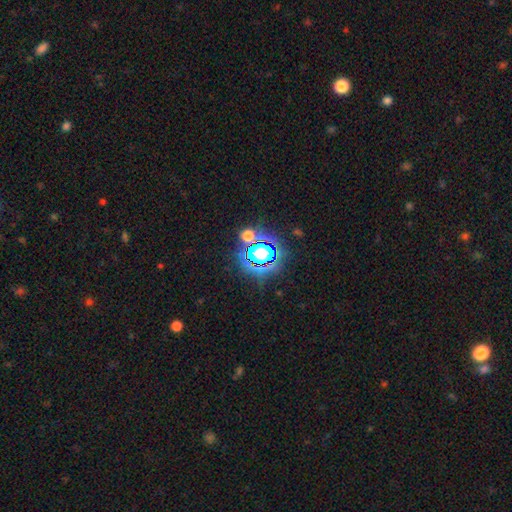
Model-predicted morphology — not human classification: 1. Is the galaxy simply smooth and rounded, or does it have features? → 74% star or artifact, 16% smooth, 10% featured or disk.